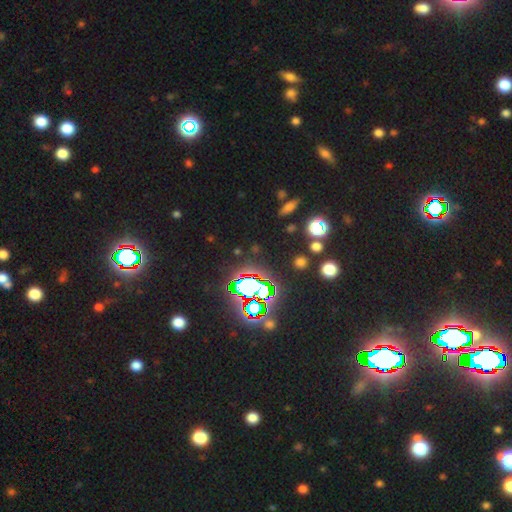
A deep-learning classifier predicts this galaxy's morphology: Q: Smooth or featured?
A: star or artifact (83%); runner-up: smooth (10%)